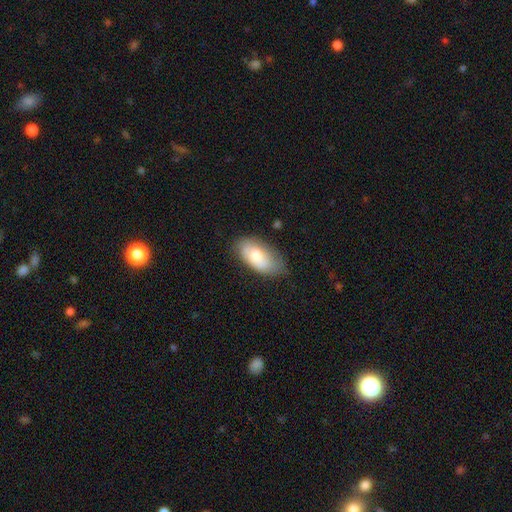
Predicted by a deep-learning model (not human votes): Smooth or featured: smooth — 74% (featured or disk — 20%)
How rounded: in between — 93% (cigar-shaped — 4%)
Merging: none — 63% (minor disturbance — 28%)